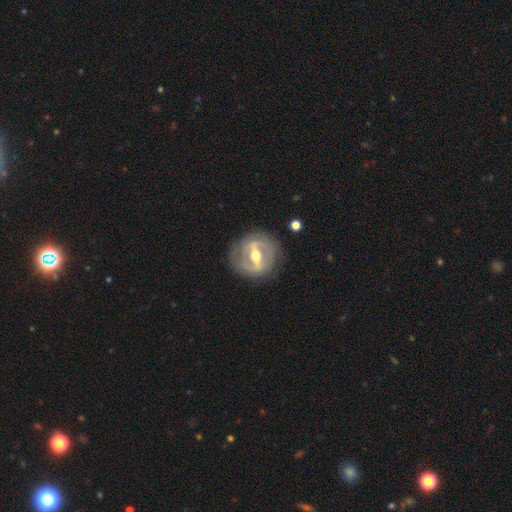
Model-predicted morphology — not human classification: A featured or disk galaxy (80%) with a strong bar (69%), spiral arms (57%) and a moderate central bulge (74%). Merging: none (83%).